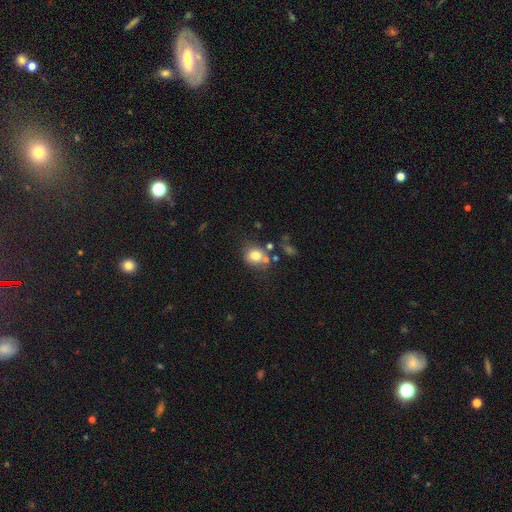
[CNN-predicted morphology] Smooth or featured? Predicted: smooth (p=0.77). How rounded? Predicted: round (p=0.71). Merging? Predicted: none (p=0.61).